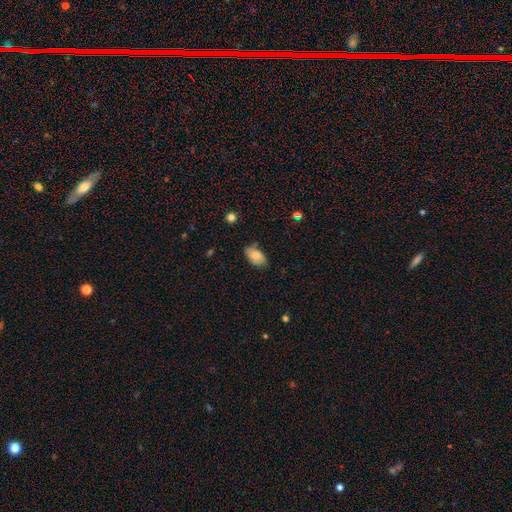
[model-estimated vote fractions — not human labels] Morphology: type=smooth (77%); roundness=in between (94%); merging=none (76%).